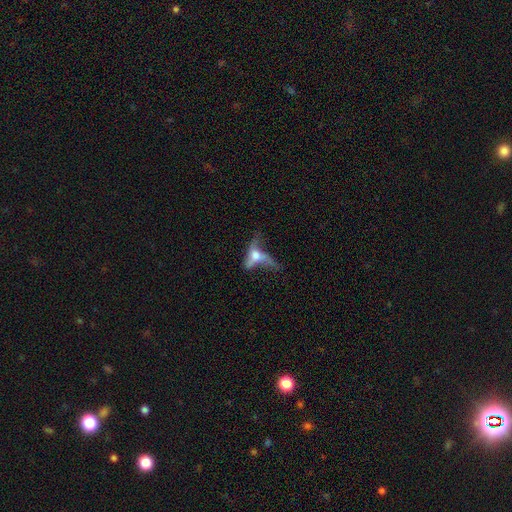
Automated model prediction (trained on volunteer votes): smooth_or_featured: featured or disk (p=0.52) [alt: smooth p=0.35]
disk_edge_on: no (p=0.70) [alt: yes p=0.30]
merging: major disturbance (p=0.44) [alt: none p=0.23]